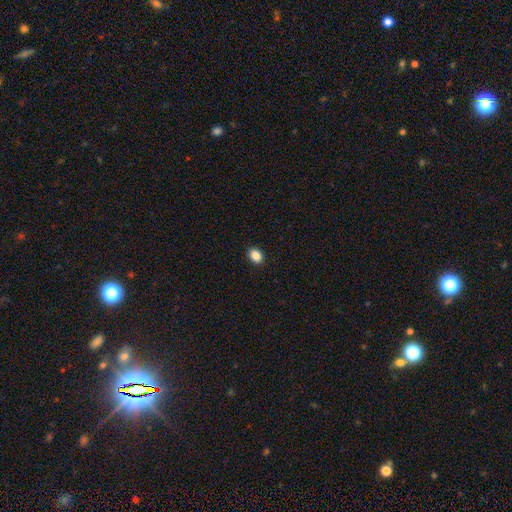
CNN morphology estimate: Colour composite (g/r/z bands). It shows a smooth galaxy with no disk features (87%) that is in between round and cigar-shaped (65%). Merging: none (91%).